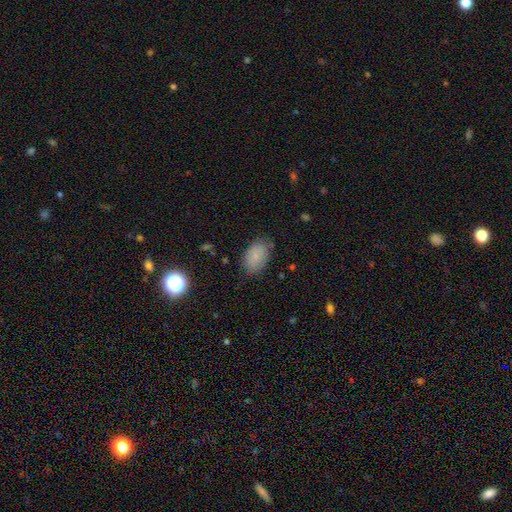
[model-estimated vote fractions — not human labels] Smooth or featured?
  - smooth: 83% *
  - star or artifact: 9%
  - featured or disk: 8%
How rounded?
  - in between: 87% *
  - round: 11%
  - cigar-shaped: 1%
Merging?
  - none: 77% *
  - minor disturbance: 18%
  - major disturbance: 4%
  - merger: 1%